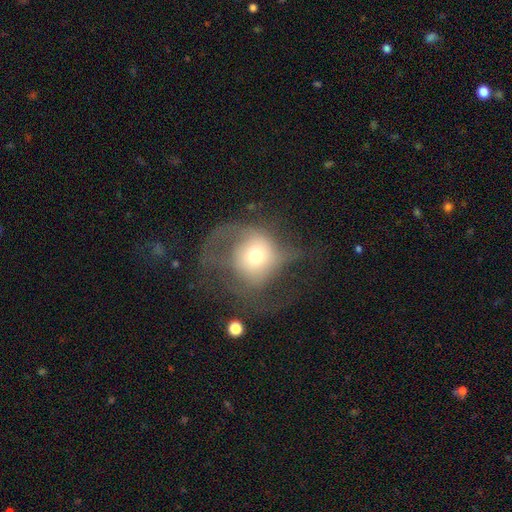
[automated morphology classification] A smooth galaxy with no disk features (52%) that is round (81%).

Vote fractions:
- Smooth or featured? smooth: 52% / featured or disk: 38% / star or artifact: 10%
- How rounded? round: 81% / in between: 18% / cigar-shaped: 1%
- Merging? major disturbance: 56% / none: 25% / minor disturbance: 16% / merger: 3%